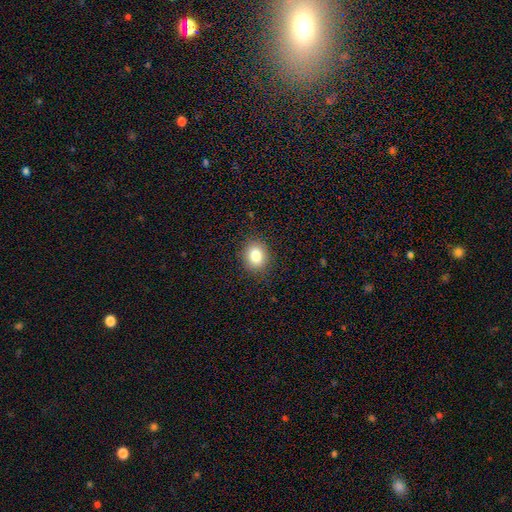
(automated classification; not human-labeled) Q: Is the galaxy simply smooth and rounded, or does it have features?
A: smooth — 83%.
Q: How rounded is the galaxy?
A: round — 58%.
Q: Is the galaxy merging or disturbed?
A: none — 87%.